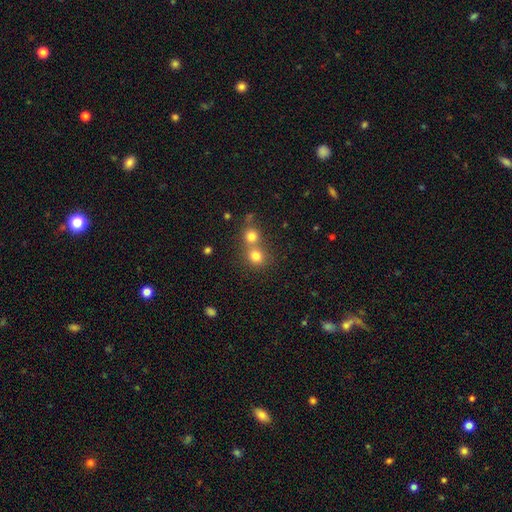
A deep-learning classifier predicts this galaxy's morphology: The model was most divided on "merging": merger: 50%, none: 42%, minor disturbance: 5%, major disturbance: 2%. More confident: how rounded — round (83%); smooth or featured — smooth (78%).